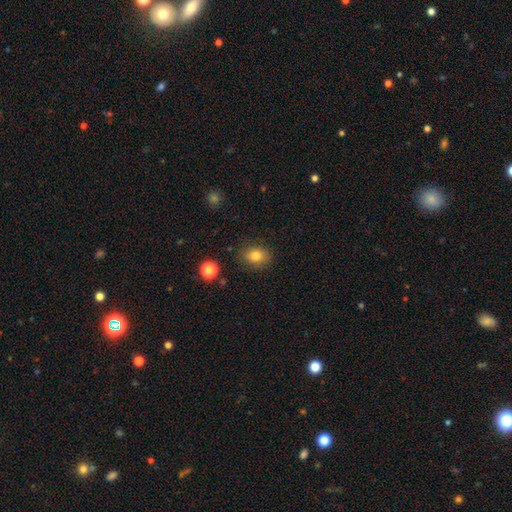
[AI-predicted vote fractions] Smooth or featured: smooth — 80% (star or artifact — 11%)
How rounded: in between — 60% (round — 39%)
Merging: none — 84% (minor disturbance — 11%)